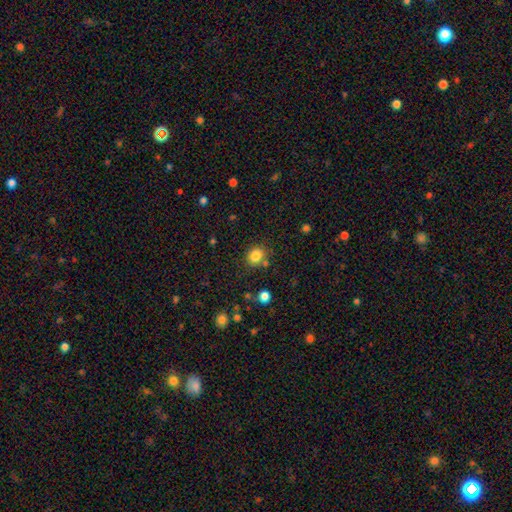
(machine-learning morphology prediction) type=smooth (83%); roundness=round (58%); merging=none (74%).